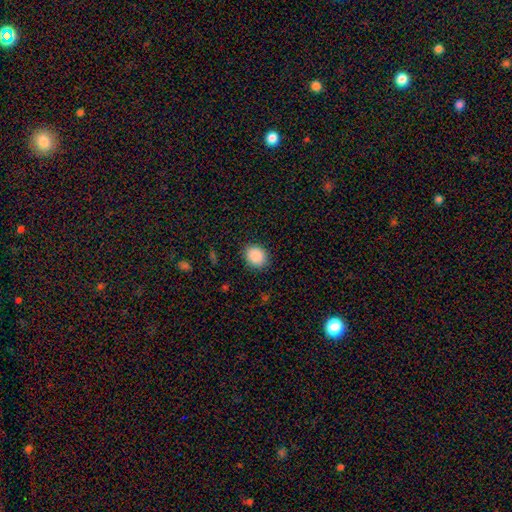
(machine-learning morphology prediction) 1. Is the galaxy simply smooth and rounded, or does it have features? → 89% smooth, 8% star or artifact, 3% featured or disk.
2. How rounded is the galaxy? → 60% round, 39% in between, 1% cigar-shaped.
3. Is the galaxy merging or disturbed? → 88% none, 8% minor disturbance, 3% major disturbance, 1% merger.